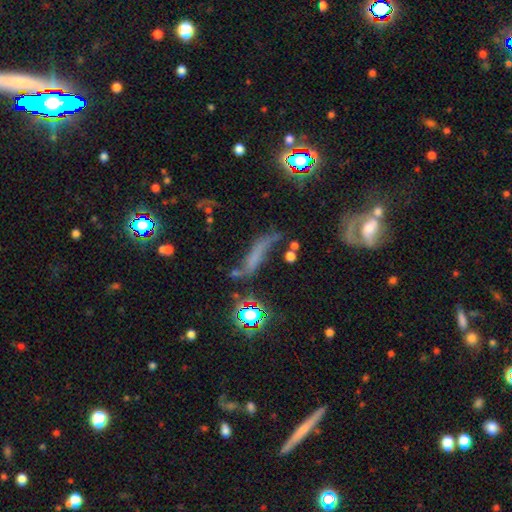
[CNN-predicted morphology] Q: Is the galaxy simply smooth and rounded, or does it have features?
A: featured or disk — 39%.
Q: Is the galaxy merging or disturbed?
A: none — 47%.